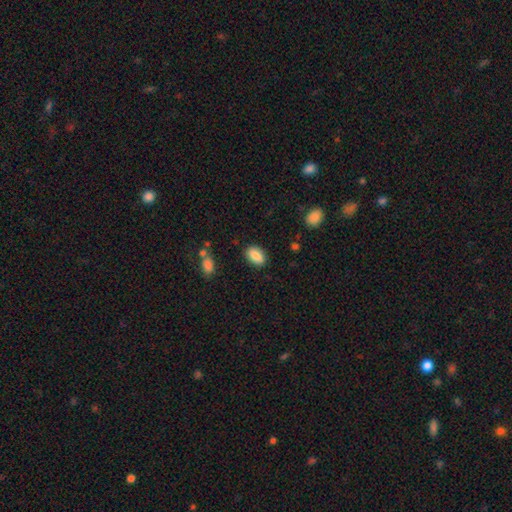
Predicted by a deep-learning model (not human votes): A smooth galaxy with no disk features (87%) that is in between round and cigar-shaped (90%). Merging: none (86%).